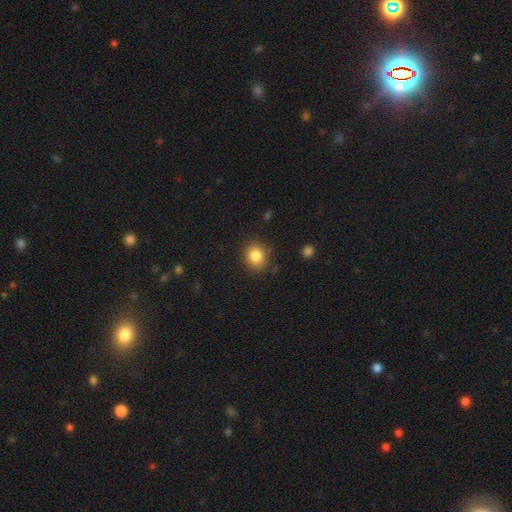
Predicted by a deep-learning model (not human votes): Smooth or featured?
  - smooth: 84% *
  - star or artifact: 10%
  - featured or disk: 6%
How rounded?
  - round: 69% *
  - in between: 30%
  - cigar-shaped: 1%
Merging?
  - none: 85% *
  - minor disturbance: 10%
  - major disturbance: 3%
  - merger: 2%